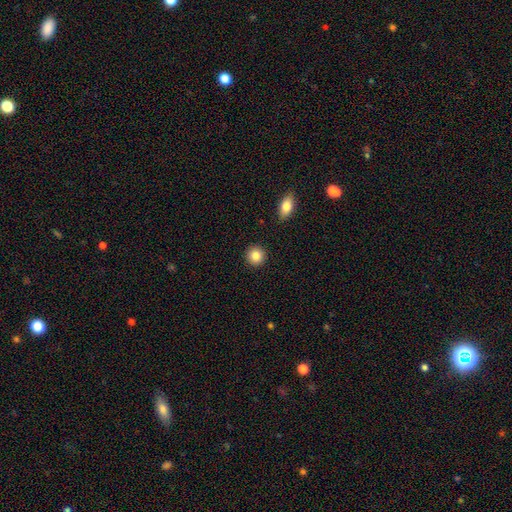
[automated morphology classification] A smooth galaxy with no disk features (84%) that is round (93%). Merging: none (92%).